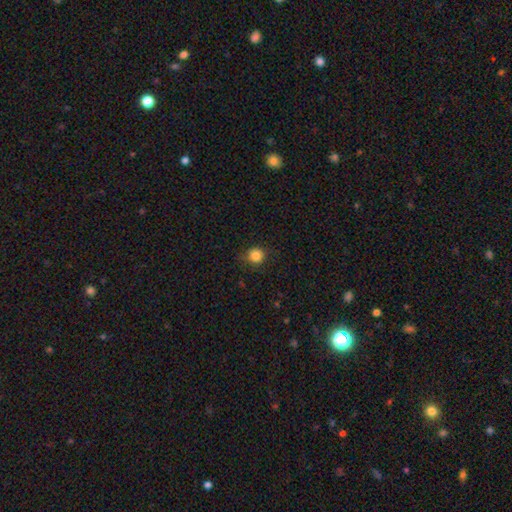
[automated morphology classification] smooth_or_featured: smooth (p=0.84) [alt: star or artifact p=0.12]
how_rounded: round (p=0.91) [alt: in between p=0.08]
merging: none (p=0.85) [alt: minor disturbance p=0.11]